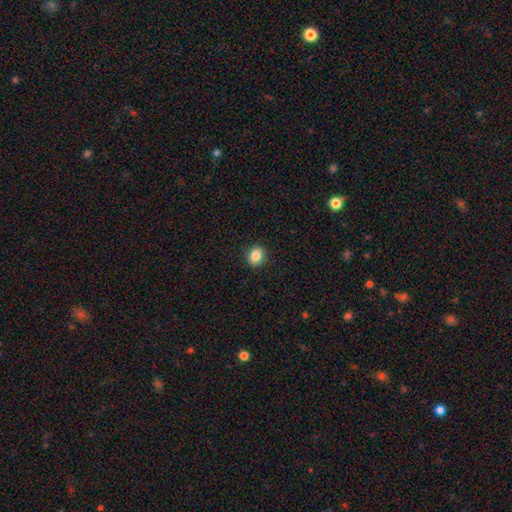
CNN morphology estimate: smooth 86%, star or artifact 10%, featured or disk 5%. Down the decision tree: how rounded — round (61%); merging — none (91%).